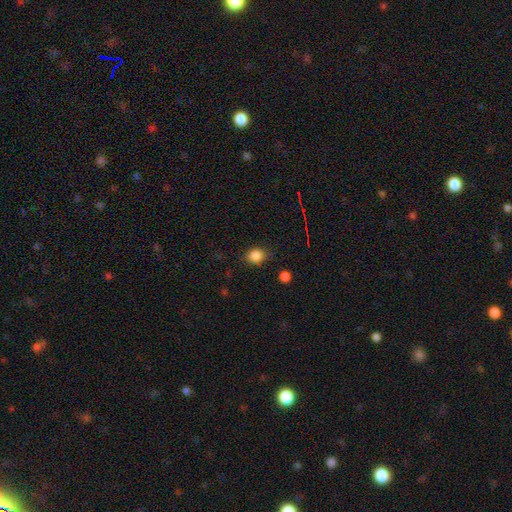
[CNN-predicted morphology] Q: Smooth or featured?
A: smooth (84%); runner-up: star or artifact (11%)
Q: How rounded?
A: round (58%); runner-up: in between (41%)
Q: Merging?
A: none (78%); runner-up: minor disturbance (16%)